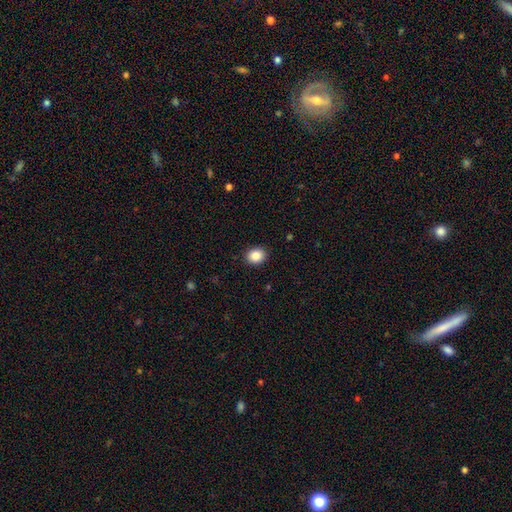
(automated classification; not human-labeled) smooth_or_featured: smooth (p=0.88) [alt: star or artifact p=0.09]
how_rounded: round (p=0.60) [alt: in between p=0.39]
merging: none (p=0.90) [alt: minor disturbance p=0.07]